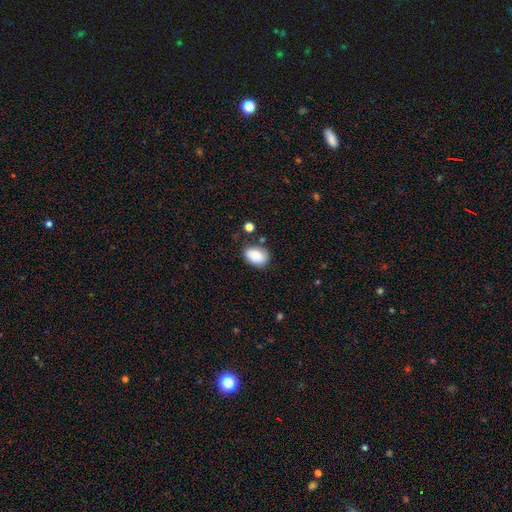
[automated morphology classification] The model was most divided on "merging": none: 71%, minor disturbance: 20%, merger: 5%, major disturbance: 5%. More confident: smooth or featured — smooth (87%); how rounded — in between (86%).